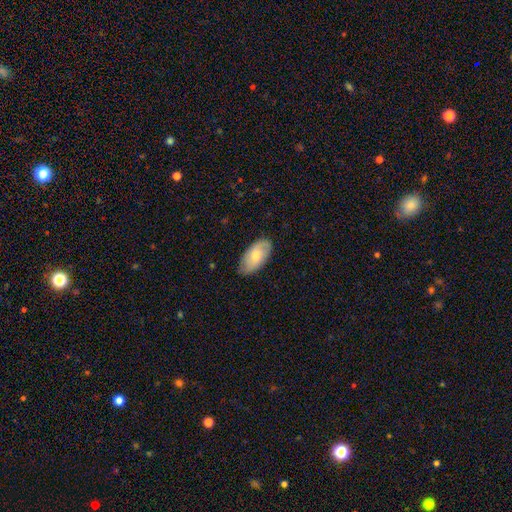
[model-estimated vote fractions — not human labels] smooth-or-featured: smooth: 69% | featured or disk: 26% | star or artifact: 6%
  how-rounded: in between: 95% | round: 3% | cigar-shaped: 3%
  merging: none: 79% | minor disturbance: 17% | major disturbance: 3% | merger: 1%